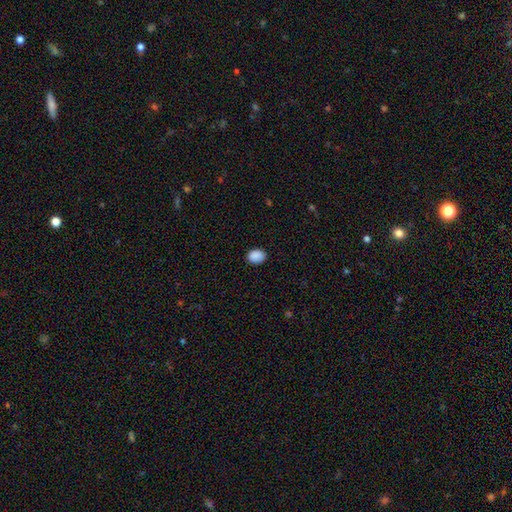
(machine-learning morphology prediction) Smooth or featured? smooth (90%)
How rounded? in between (60%)
Merging? none (88%)